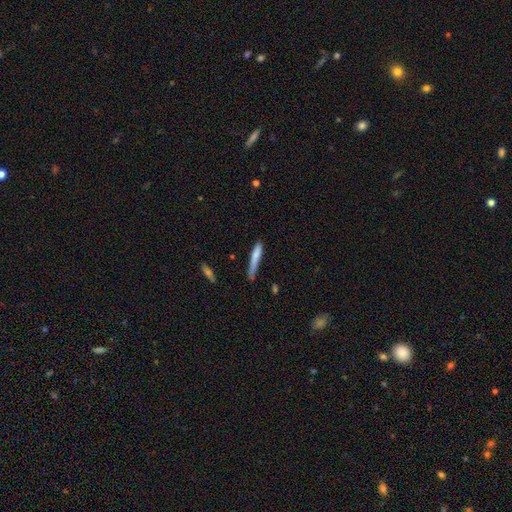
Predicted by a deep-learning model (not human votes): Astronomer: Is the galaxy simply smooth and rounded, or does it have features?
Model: smooth — 72%.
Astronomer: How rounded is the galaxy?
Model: cigar-shaped — 92%.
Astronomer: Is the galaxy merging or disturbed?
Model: none — 56% (runner-up: minor disturbance, 32%).